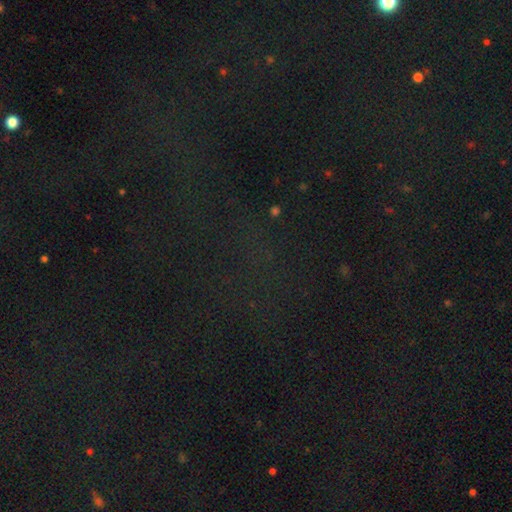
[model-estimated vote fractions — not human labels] Smooth or featured? Predicted: star or artifact (p=0.75).